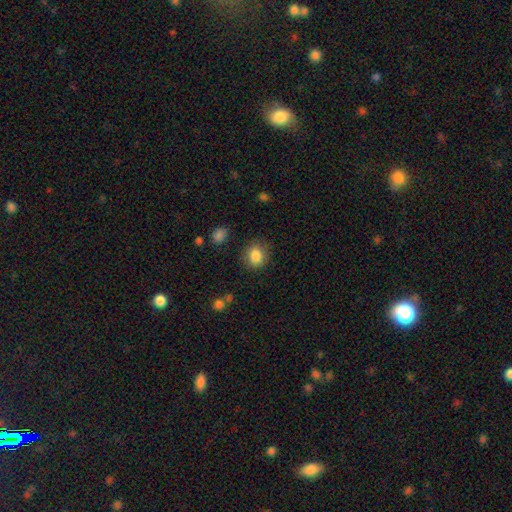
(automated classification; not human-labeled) Morphology: type=smooth (85%); roundness=round (68%); merging=none (84%).